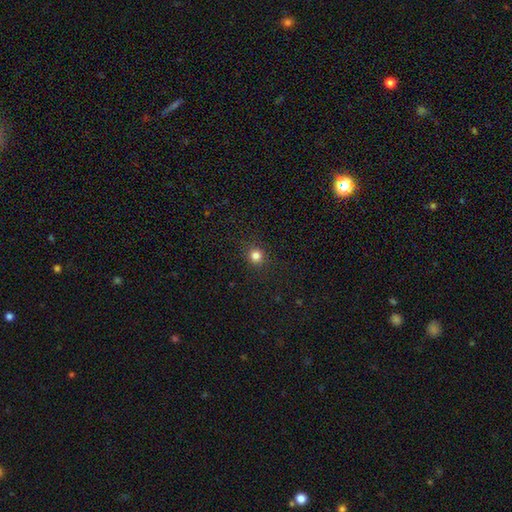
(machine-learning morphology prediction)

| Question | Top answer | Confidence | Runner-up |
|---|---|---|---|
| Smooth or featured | smooth | 82% | star or artifact (14%) |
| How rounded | round | 91% | in between (8%) |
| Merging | none | 90% | minor disturbance (6%) |